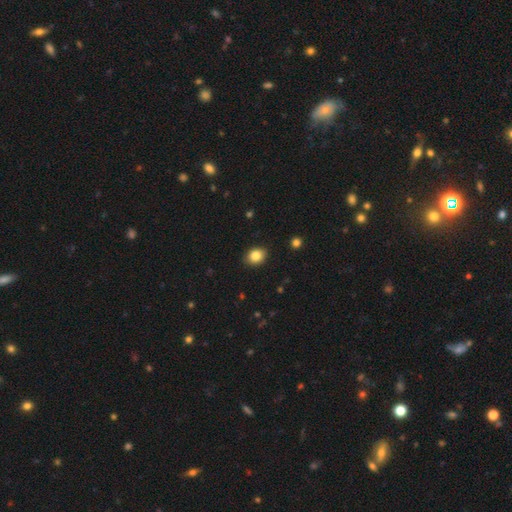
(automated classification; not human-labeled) Overall: smooth (84%). How rounded: in between (53%; round 46%). Merging: none (89%).